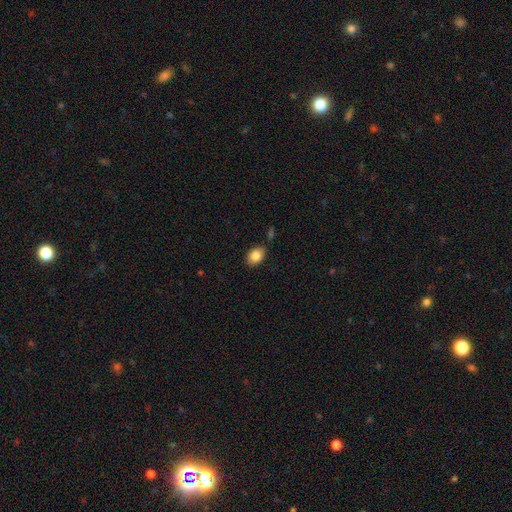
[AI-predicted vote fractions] smooth 85%, star or artifact 8%, featured or disk 7%. Down the decision tree: how rounded — in between (79%); merging — none (81%).